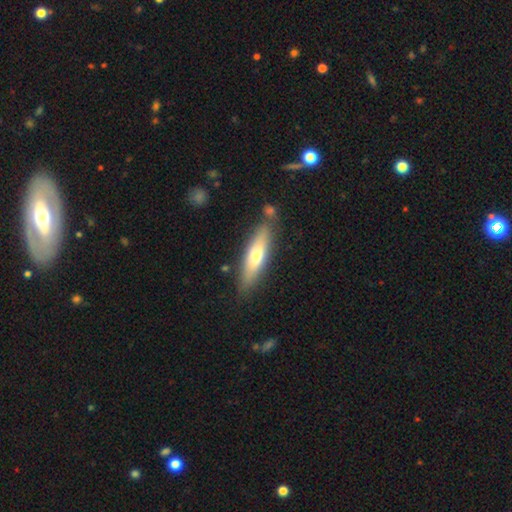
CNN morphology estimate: Q: Smooth or featured?
A: smooth (58%); runner-up: featured or disk (37%)
Q: How rounded?
A: cigar-shaped (67%); runner-up: in between (31%)
Q: Merging?
A: none (79%); runner-up: minor disturbance (13%)